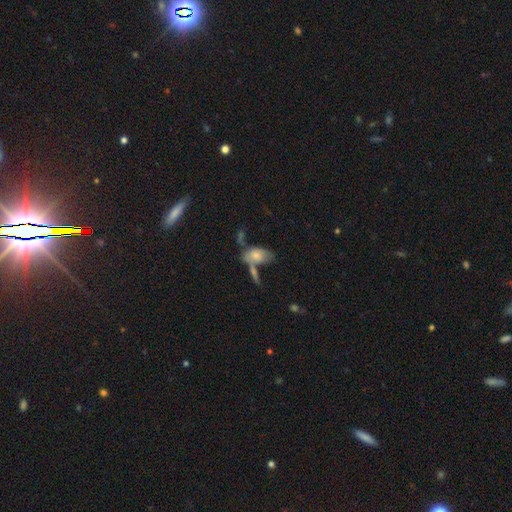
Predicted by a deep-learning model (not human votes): Morphology: type=smooth (66%); roundness=in between (89%); merging=merger (35%).